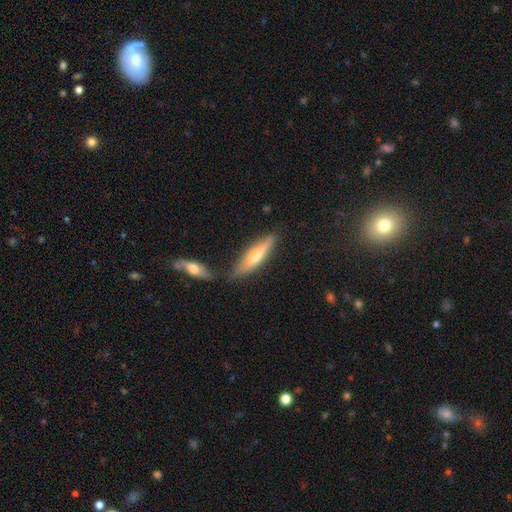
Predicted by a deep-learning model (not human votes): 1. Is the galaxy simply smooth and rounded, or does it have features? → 51% smooth, 43% featured or disk, 6% star or artifact.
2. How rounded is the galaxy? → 76% cigar-shaped, 22% in between, 2% round.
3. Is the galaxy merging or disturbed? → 64% none, 16% merger, 15% minor disturbance, 4% major disturbance.